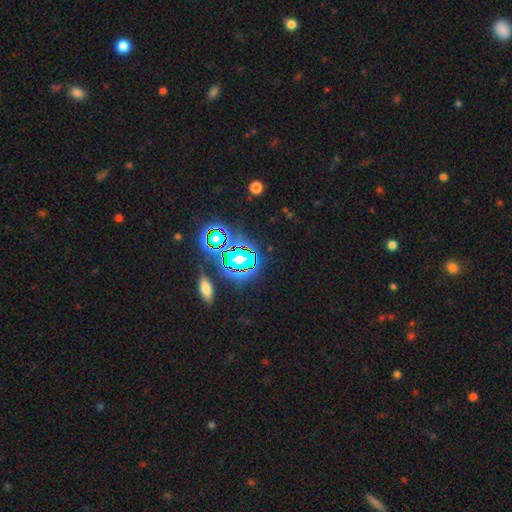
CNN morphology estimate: Smooth or featured?
  - star or artifact: 81% *
  - smooth: 12%
  - featured or disk: 7%